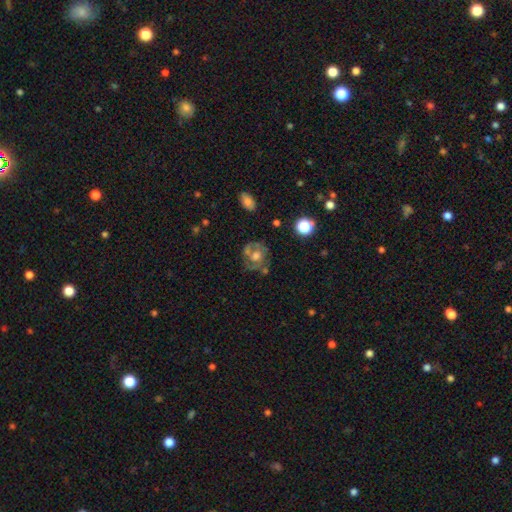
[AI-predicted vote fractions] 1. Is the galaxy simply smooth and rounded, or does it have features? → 60% featured or disk, 29% smooth, 11% star or artifact.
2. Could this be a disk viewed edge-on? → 97% no, 3% yes.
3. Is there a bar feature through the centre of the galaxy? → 79% no, 17% weak, 4% strong.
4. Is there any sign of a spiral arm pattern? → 54% yes, 46% no.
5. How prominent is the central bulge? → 60% moderate, 21% large, 13% small, 4% none, 2% dominant.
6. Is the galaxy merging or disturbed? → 59% none, 20% minor disturbance, 13% major disturbance, 8% merger.